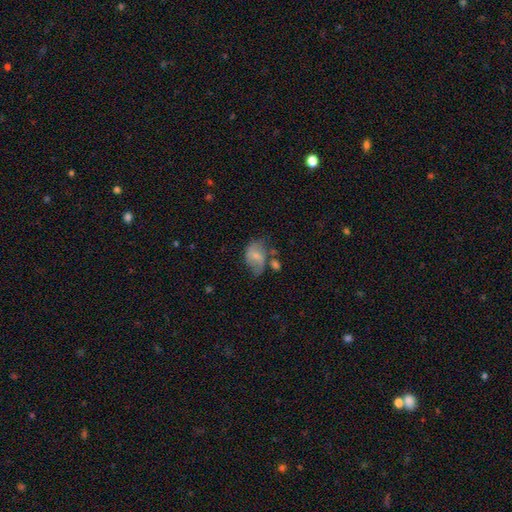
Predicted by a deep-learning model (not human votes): This is possibly a smooth galaxy (48%). Merging: marginally none (36%).